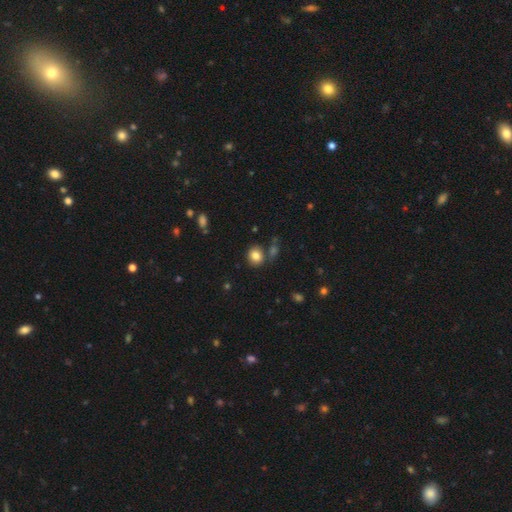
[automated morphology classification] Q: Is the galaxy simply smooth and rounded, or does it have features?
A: smooth — 83%.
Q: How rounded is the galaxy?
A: round — 71%.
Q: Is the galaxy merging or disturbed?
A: none — 76%.